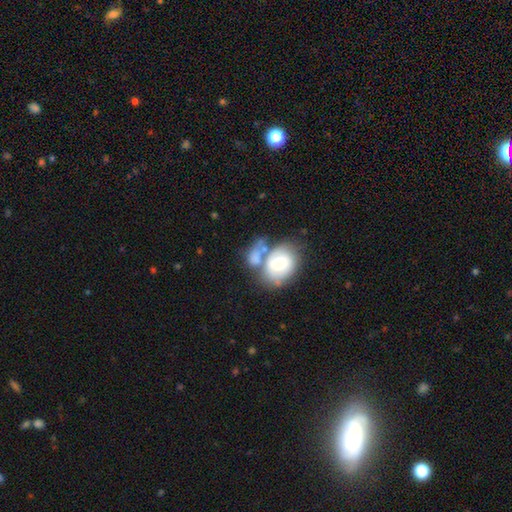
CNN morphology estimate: Smooth or featured? smooth (61%)
How rounded? in between (57%)
Merging? merger (44%)